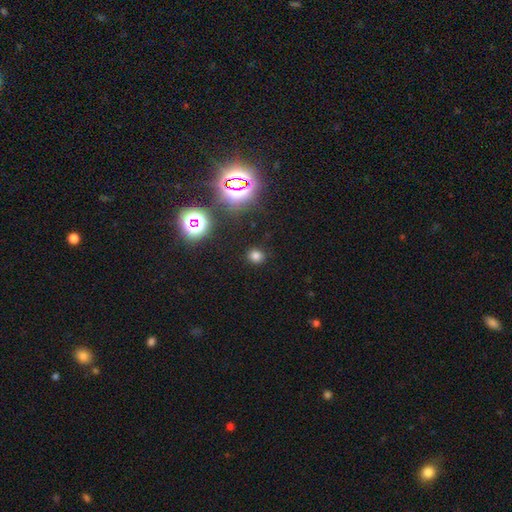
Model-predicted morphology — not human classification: This appears to be a smooth galaxy with no disk features (70%) that is round (81%). Merging: none (88%).